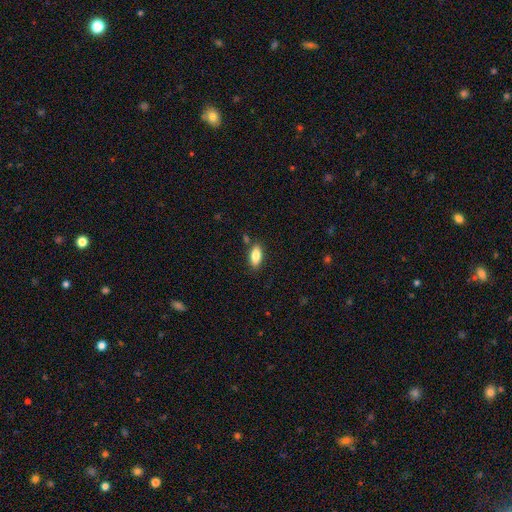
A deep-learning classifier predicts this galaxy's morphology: The model was most divided on "merging": none: 83%, minor disturbance: 11%, merger: 4%, major disturbance: 2%. More confident: how rounded — in between (86%); smooth or featured — smooth (83%).